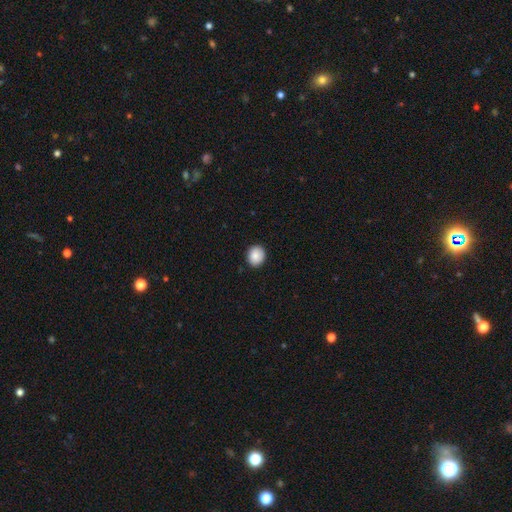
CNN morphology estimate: Q: Smooth or featured?
A: smooth (87%); runner-up: star or artifact (8%)
Q: How rounded?
A: round (68%); runner-up: in between (31%)
Q: Merging?
A: none (89%); runner-up: minor disturbance (8%)